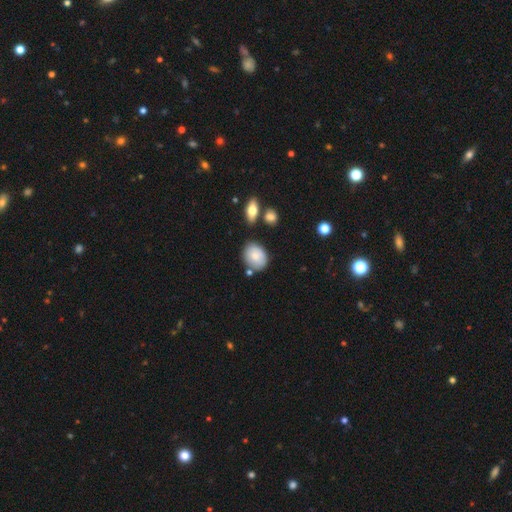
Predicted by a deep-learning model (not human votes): Q: Smooth or featured?
A: smooth (80%); runner-up: featured or disk (13%)
Q: How rounded?
A: in between (64%); runner-up: round (34%)
Q: Merging?
A: none (68%); runner-up: minor disturbance (20%)